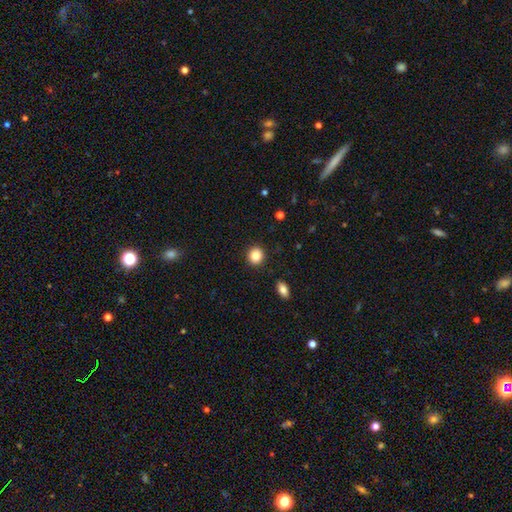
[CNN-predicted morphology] This is clearly a smooth galaxy (85%). How rounded: clearly round (85%). Merging: clearly none (91%).